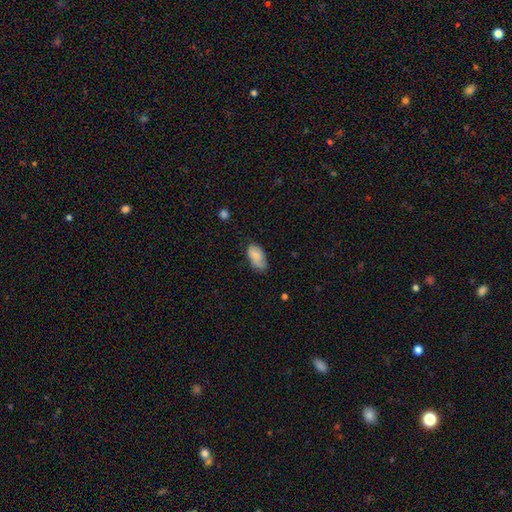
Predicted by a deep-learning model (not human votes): smooth-or-featured: smooth: 78% | featured or disk: 15% | star or artifact: 7%
  how-rounded: in between: 94% | round: 4% | cigar-shaped: 3%
  merging: none: 57% | minor disturbance: 33% | major disturbance: 8% | merger: 2%